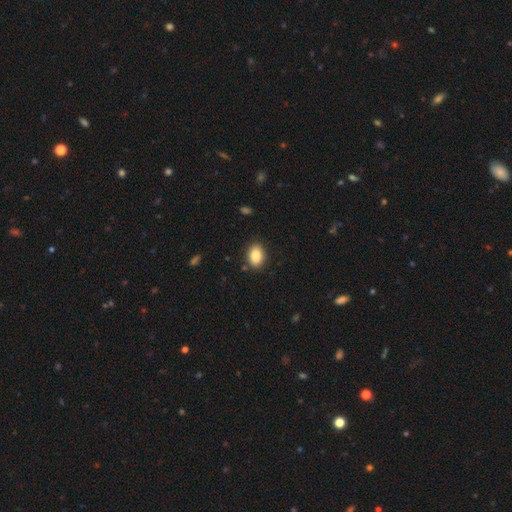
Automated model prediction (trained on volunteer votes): Overall: smooth (87%). How rounded: in between (82%). Merging: none (87%).